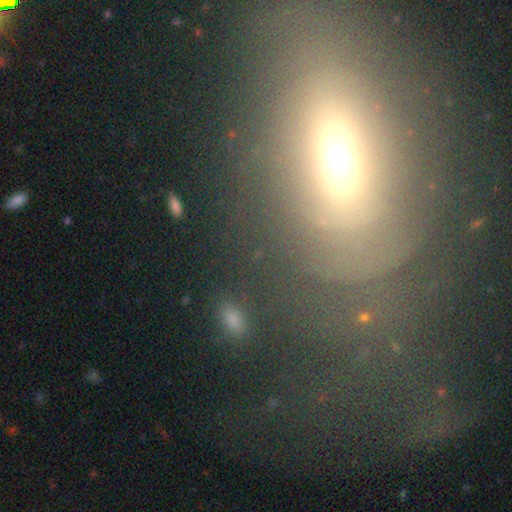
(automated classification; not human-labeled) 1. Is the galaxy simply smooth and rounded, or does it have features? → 40% smooth, 39% featured or disk, 21% star or artifact.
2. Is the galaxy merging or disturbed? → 56% none, 23% major disturbance, 16% minor disturbance, 6% merger.